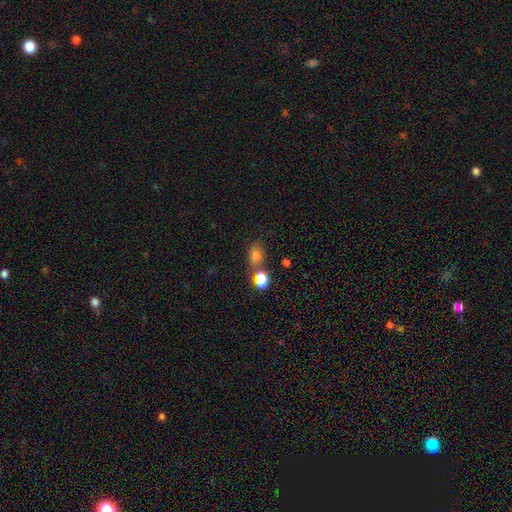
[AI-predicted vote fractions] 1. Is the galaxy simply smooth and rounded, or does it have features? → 73% smooth, 19% star or artifact, 8% featured or disk.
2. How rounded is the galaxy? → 65% in between, 32% round, 2% cigar-shaped.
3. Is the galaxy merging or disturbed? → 57% none, 21% merger, 15% minor disturbance, 7% major disturbance.